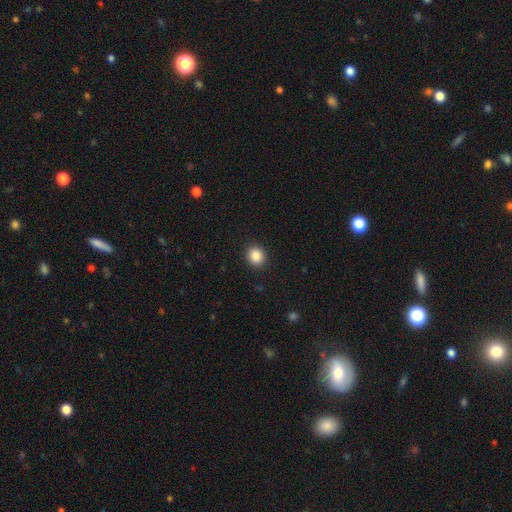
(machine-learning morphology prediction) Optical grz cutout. It shows a smooth galaxy with no disk features (87%) that is round (76%). Merging: none (91%).